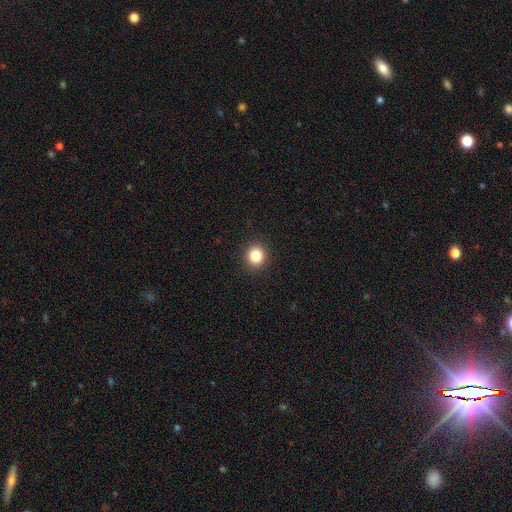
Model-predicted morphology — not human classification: The model was most divided on "smooth or featured": smooth: 84%, star or artifact: 11%, featured or disk: 5%. More confident: merging — none (92%); how rounded — round (88%).